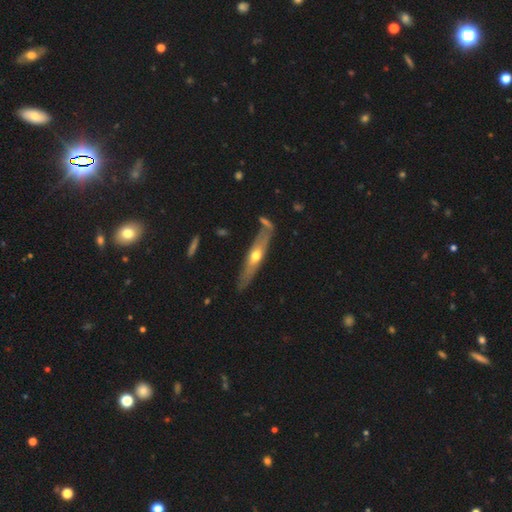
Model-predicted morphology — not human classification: A featured or disk galaxy (60%) viewed edge-on (80%).

Vote fractions:
- Smooth or featured? featured or disk: 60% / smooth: 35% / star or artifact: 5%
- Edge-on disk? yes: 80% / no: 20%
- Merging? none: 76% / minor disturbance: 14% / merger: 6% / major disturbance: 4%